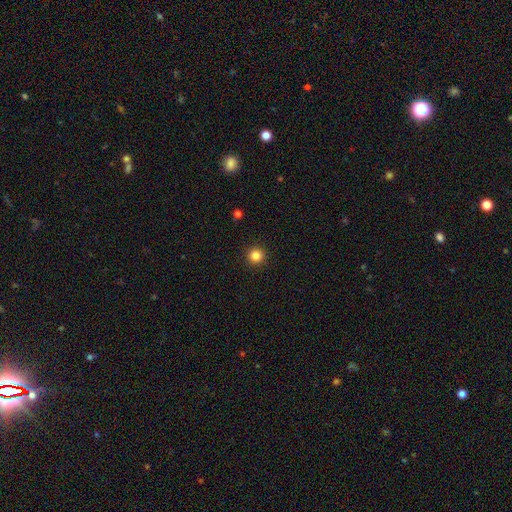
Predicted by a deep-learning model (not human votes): A smooth galaxy with no disk features (84%) that is round (96%). Merging: none (93%).